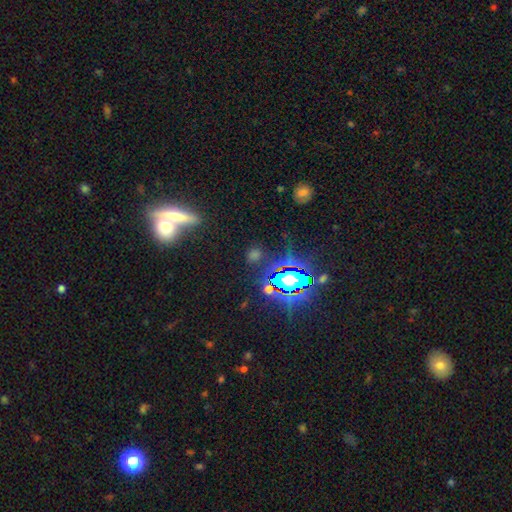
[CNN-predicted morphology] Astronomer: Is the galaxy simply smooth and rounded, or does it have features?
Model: star or artifact — 59%.